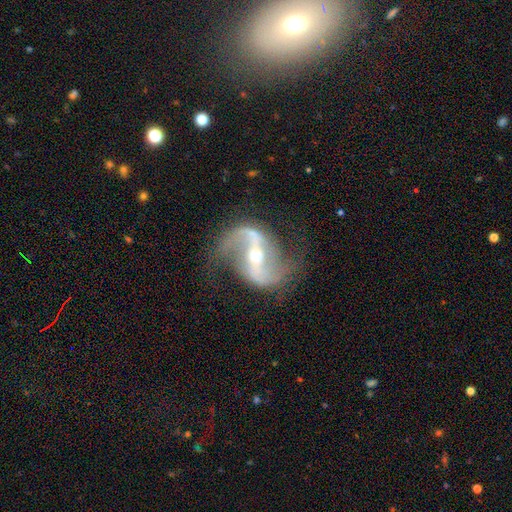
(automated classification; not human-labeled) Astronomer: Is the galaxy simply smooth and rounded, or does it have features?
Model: featured or disk — 92%.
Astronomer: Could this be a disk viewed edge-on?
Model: no — 97%.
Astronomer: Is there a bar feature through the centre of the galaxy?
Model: strong — 52% (runner-up: weak, 29%).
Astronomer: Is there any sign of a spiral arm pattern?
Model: yes — 97%.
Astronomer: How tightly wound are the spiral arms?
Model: loose — 67%.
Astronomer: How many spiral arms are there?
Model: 2 — 94%.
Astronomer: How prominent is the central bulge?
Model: small — 56% (runner-up: moderate, 41%).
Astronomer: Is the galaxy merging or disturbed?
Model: none — 76%.